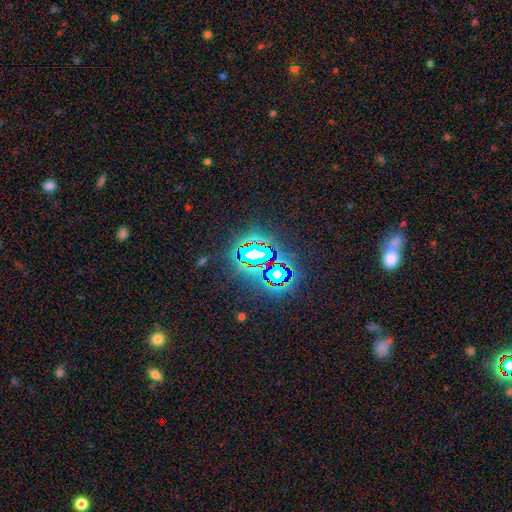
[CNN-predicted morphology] Smooth or featured? star or artifact (81%)